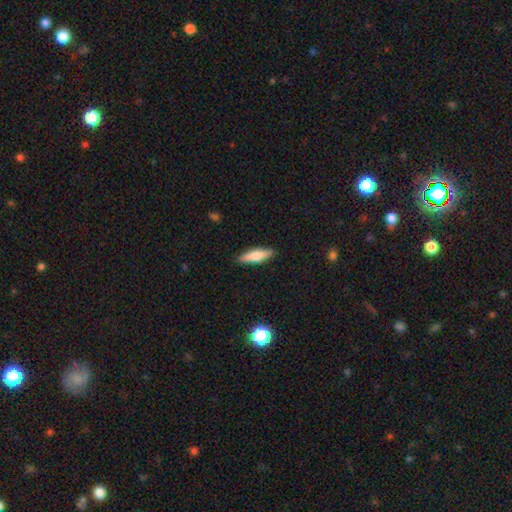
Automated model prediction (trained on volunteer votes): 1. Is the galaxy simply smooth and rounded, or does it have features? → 71% smooth, 23% featured or disk, 6% star or artifact.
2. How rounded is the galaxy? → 60% cigar-shaped, 38% in between, 2% round.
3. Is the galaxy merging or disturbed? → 88% none, 9% minor disturbance, 2% major disturbance, 1% merger.